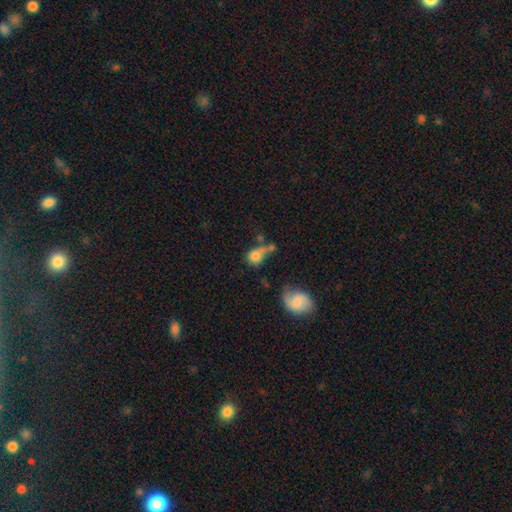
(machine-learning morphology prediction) type=smooth (74%); roundness=round (61%); merging=none (32%, tied with merger).